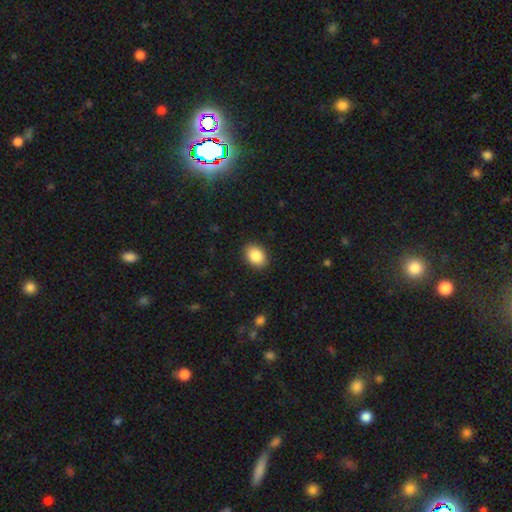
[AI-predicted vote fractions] A smooth galaxy with no disk features (88%) that is in between round and cigar-shaped (73%).

Vote fractions:
- Smooth or featured? smooth: 88% / star or artifact: 7% / featured or disk: 5%
- How rounded? in between: 73% / round: 26% / cigar-shaped: 1%
- Merging? none: 89% / minor disturbance: 8% / major disturbance: 2% / merger: 1%